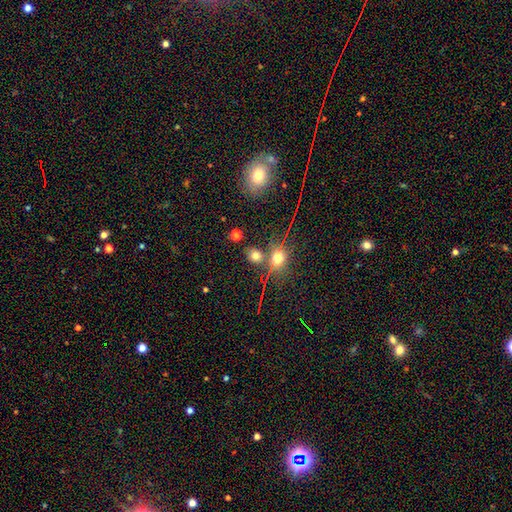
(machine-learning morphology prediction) smooth 67%, star or artifact 23%, featured or disk 10%. Down the decision tree: how rounded — round (52%); merging — none (71%).